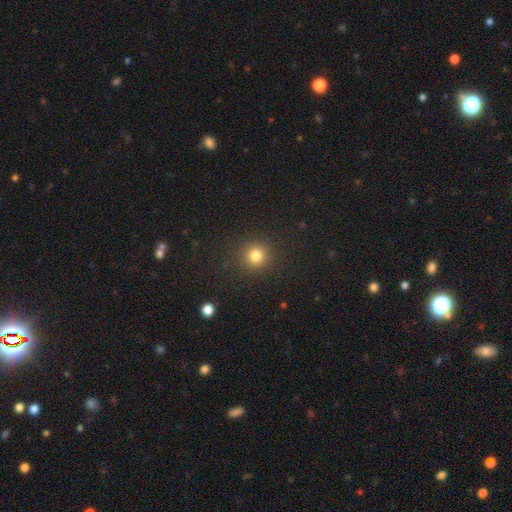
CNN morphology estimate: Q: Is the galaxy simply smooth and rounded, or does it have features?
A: smooth — 81%.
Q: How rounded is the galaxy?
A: round — 92%.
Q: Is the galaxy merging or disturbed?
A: none — 90%.